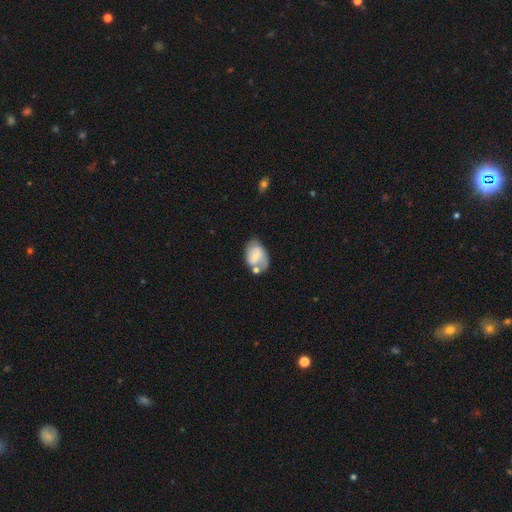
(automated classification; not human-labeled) Overall: smooth (51%; featured or disk 42%). How rounded: in between (81%). Merging: none (45%; minor disturbance 24%).